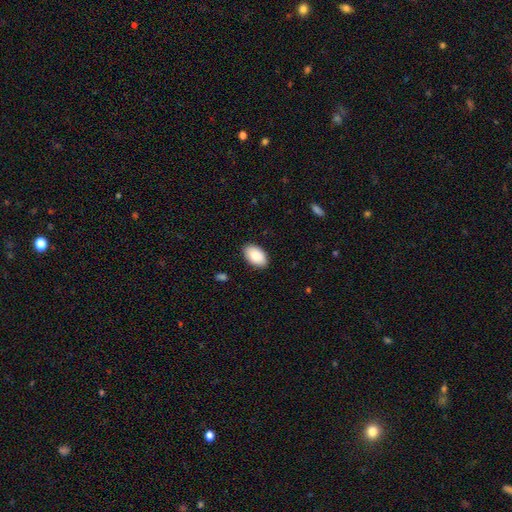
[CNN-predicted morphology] A smooth galaxy with no disk features (90%) that is in between round and cigar-shaped (95%). Merging: none (88%).